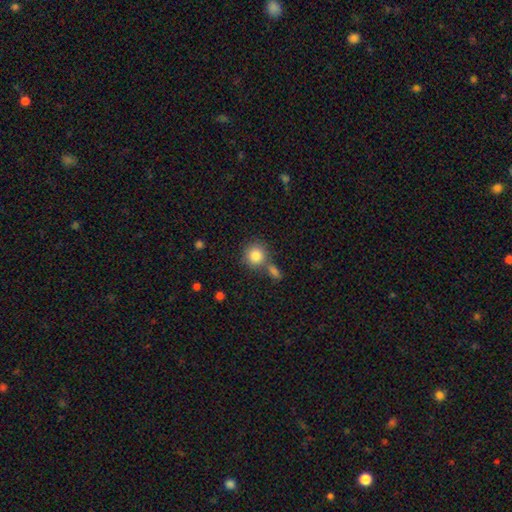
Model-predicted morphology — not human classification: smooth-or-featured: smooth: 84% | star or artifact: 9% | featured or disk: 7%
  how-rounded: round: 89% | in between: 10% | cigar-shaped: 1%
  merging: none: 63% | merger: 23% | minor disturbance: 10% | major disturbance: 4%